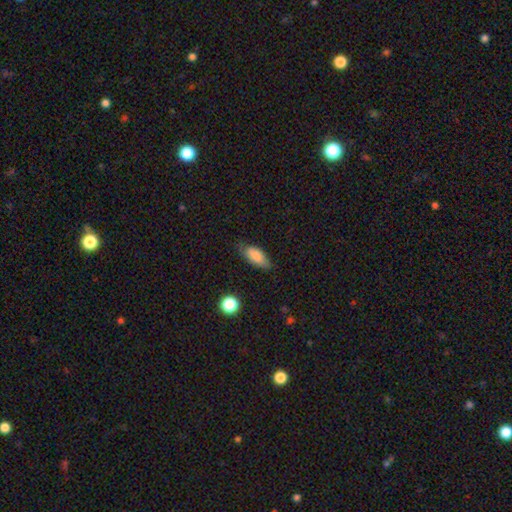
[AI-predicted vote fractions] Smooth or featured? smooth (80%)
How rounded? in between (84%)
Merging? none (69%)